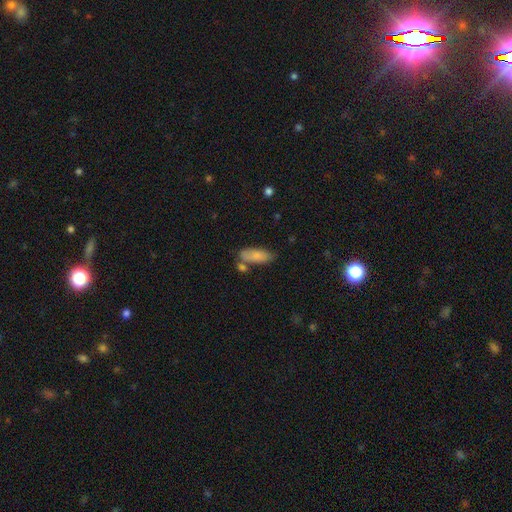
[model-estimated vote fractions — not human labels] A smooth galaxy with no disk features (82%) that is in between round and cigar-shaped (76%).

Vote fractions:
- Smooth or featured? smooth: 82% / featured or disk: 12% / star or artifact: 7%
- How rounded? in between: 76% / cigar-shaped: 22% / round: 2%
- Merging? none: 57% / minor disturbance: 20% / merger: 17% / major disturbance: 6%